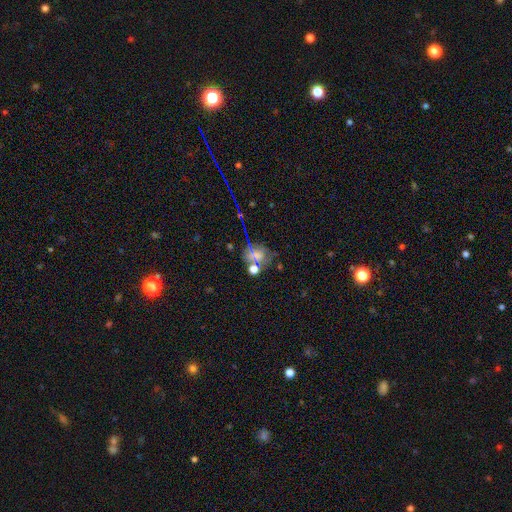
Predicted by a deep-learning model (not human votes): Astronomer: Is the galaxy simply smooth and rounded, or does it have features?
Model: smooth — 48% (runner-up: star or artifact, 28%).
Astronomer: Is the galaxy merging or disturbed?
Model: none — 37% (runner-up: merger, 26%).